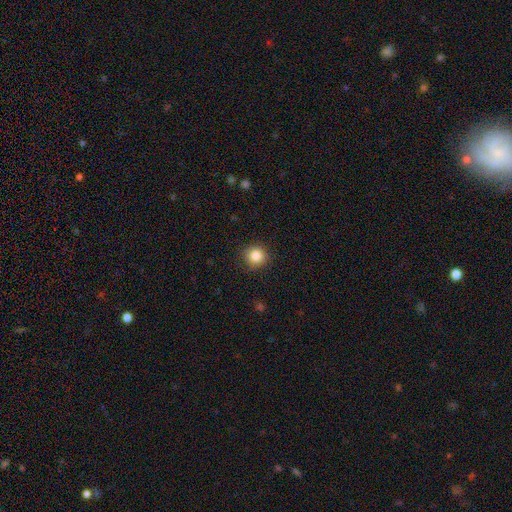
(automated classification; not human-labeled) This appears to be a smooth galaxy with no disk features (86%) that is round (93%). Merging: none (89%).